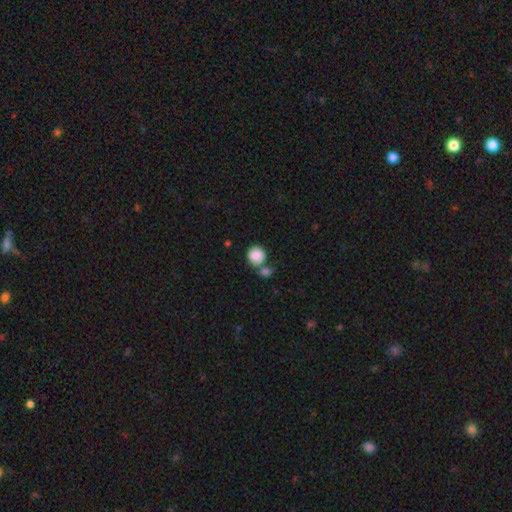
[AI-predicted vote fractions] A smooth galaxy with no disk features (87%) that is round (88%). Merging: none (51%).